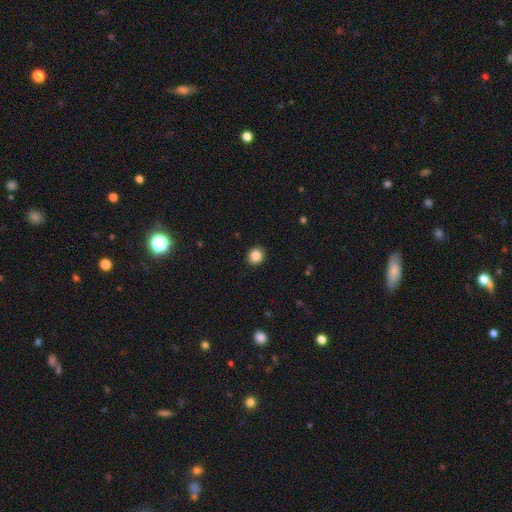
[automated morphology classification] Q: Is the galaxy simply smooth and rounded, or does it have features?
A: smooth — 86%.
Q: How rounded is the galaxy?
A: round — 82%.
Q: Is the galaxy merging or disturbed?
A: none — 92%.